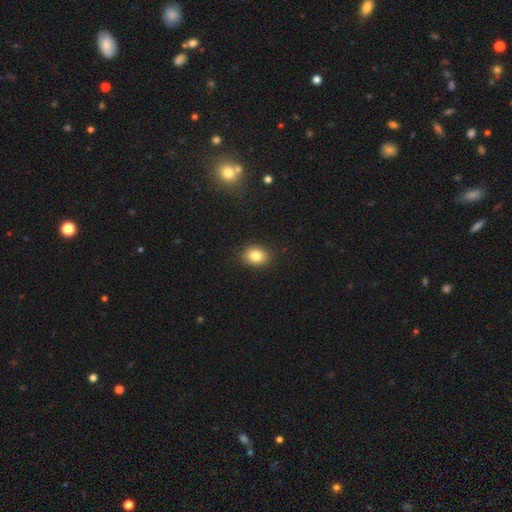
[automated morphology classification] A smooth galaxy with no disk features (83%) that is in between round and cigar-shaped (59%).

Vote fractions:
- Smooth or featured? smooth: 83% / star or artifact: 10% / featured or disk: 7%
- How rounded? in between: 59% / round: 40% / cigar-shaped: 1%
- Merging? none: 89% / minor disturbance: 8% / major disturbance: 2% / merger: 1%